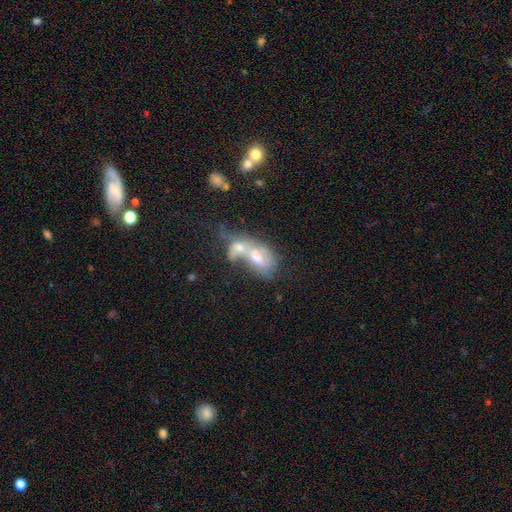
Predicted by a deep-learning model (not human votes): smooth_or_featured: featured or disk (p=0.45) [alt: smooth p=0.43]
merging: merger (p=0.72) [alt: none p=0.12]